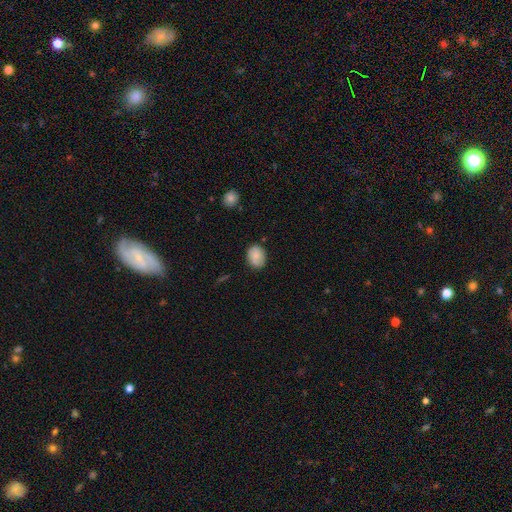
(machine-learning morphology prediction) type=smooth (85%); roundness=in between (59%); merging=none (77%).